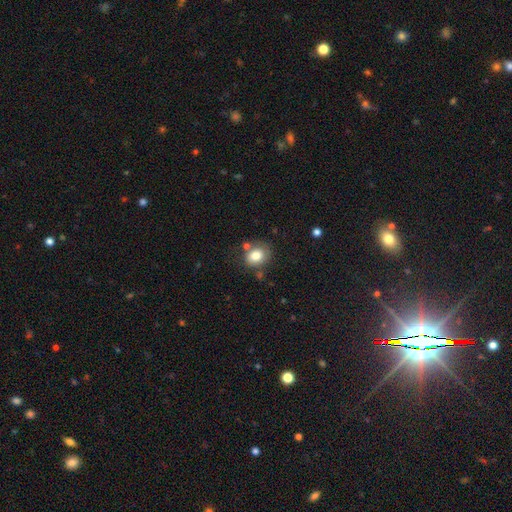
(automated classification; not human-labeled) smooth_or_featured: smooth (p=0.81) [alt: featured or disk p=0.10]
how_rounded: round (p=0.54) [alt: in between p=0.45]
merging: none (p=0.67) [alt: minor disturbance p=0.17]